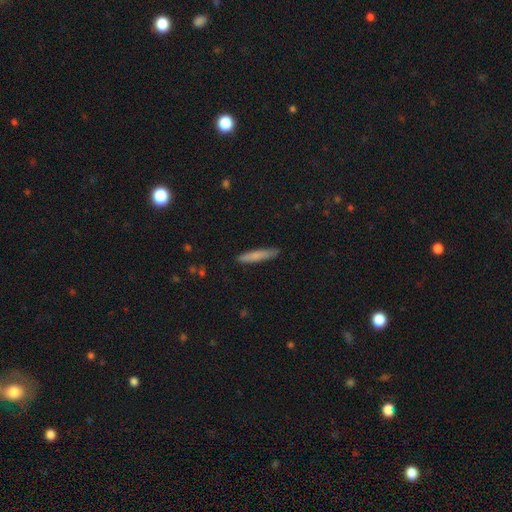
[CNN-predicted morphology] type=smooth (77%); roundness=cigar-shaped (91%); merging=none (87%).